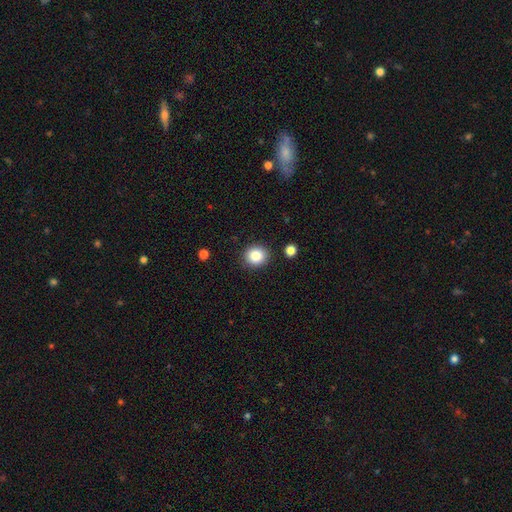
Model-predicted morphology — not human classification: A smooth galaxy with no disk features (85%) that is round (83%).

Vote fractions:
- Smooth or featured? smooth: 85% / star or artifact: 10% / featured or disk: 6%
- How rounded? round: 83% / in between: 16% / cigar-shaped: 1%
- Merging? none: 88% / minor disturbance: 7% / major disturbance: 2% / merger: 2%